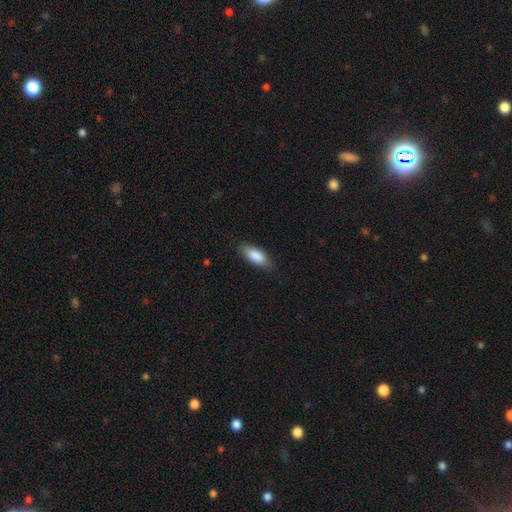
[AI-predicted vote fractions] Morphology: type=smooth (87%); roundness=in between (83%); merging=none (82%).